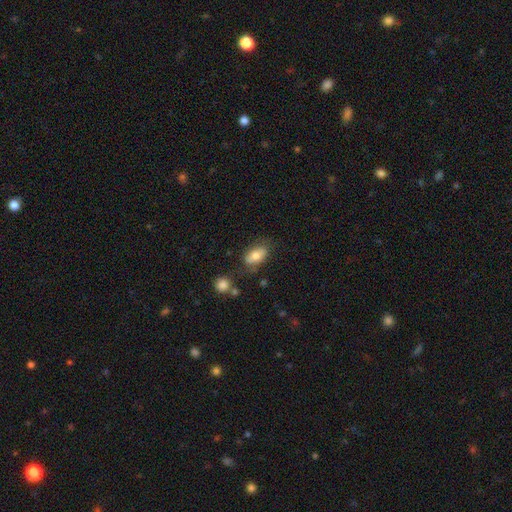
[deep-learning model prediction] A smooth galaxy with no disk features (73%) that is in between round and cigar-shaped (89%). Merging: none (69%).